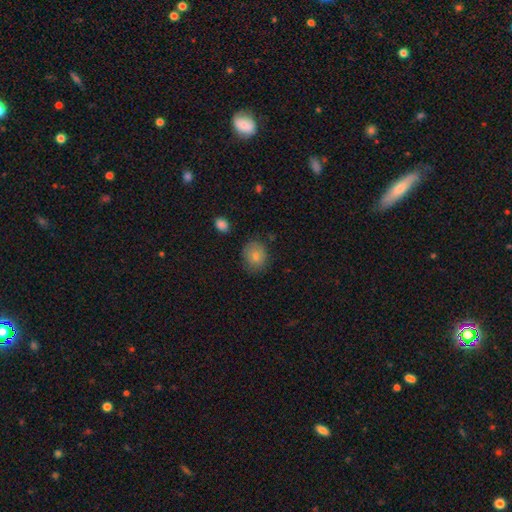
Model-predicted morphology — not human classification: Smooth or featured? smooth (78%)
How rounded? round (67%)
Merging? none (74%)